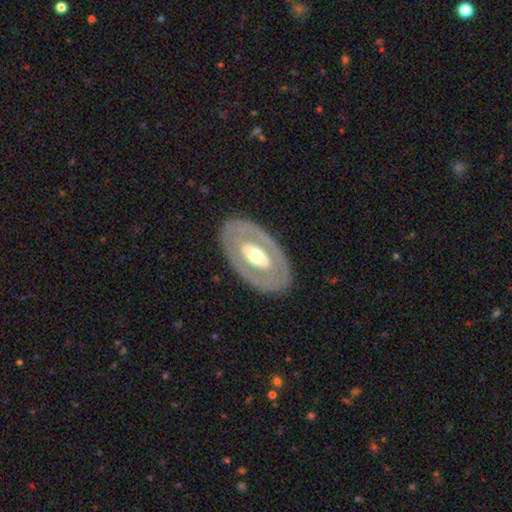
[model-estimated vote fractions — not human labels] Q: Smooth or featured?
A: featured or disk (69%); runner-up: smooth (25%)
Q: Edge-on disk?
A: no (88%); runner-up: yes (12%)
Q: Bar?
A: no (60%); runner-up: weak (23%)
Q: Spiral arms?
A: no (81%); runner-up: yes (19%)
Q: Bulge size?
A: moderate (68%); runner-up: large (17%)
Q: Merging?
A: none (83%); runner-up: minor disturbance (11%)